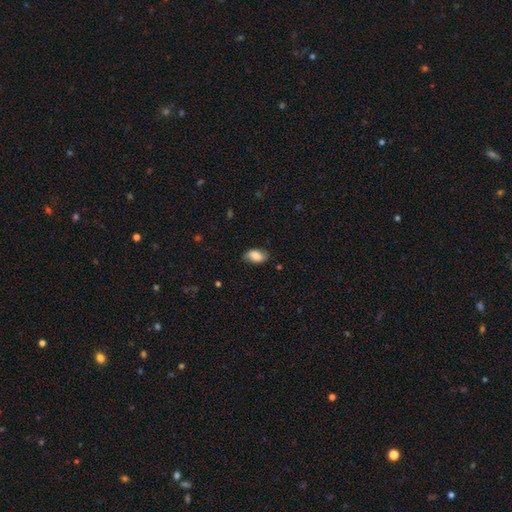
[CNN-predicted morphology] smooth_or_featured: smooth (p=0.80) [alt: featured or disk p=0.13]
how_rounded: in between (p=0.90) [alt: round p=0.07]
merging: none (p=0.76) [alt: minor disturbance p=0.19]